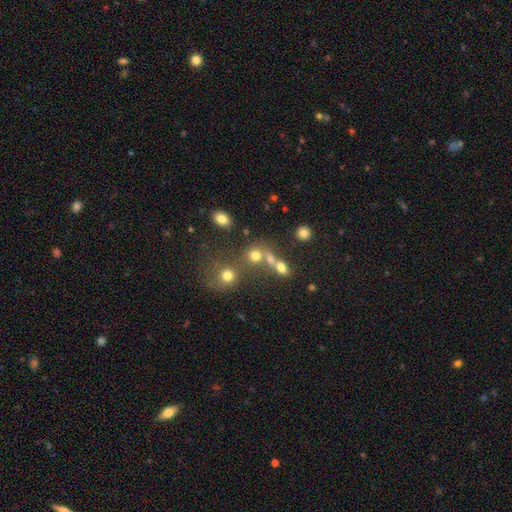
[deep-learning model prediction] Smooth or featured?
  - smooth: 68% *
  - star or artifact: 18%
  - featured or disk: 14%
How rounded?
  - round: 71% *
  - in between: 26%
  - cigar-shaped: 3%
Merging?
  - merger: 42% * (tied)
  - none: 42% * (tied)
  - minor disturbance: 9%
  - major disturbance: 7%